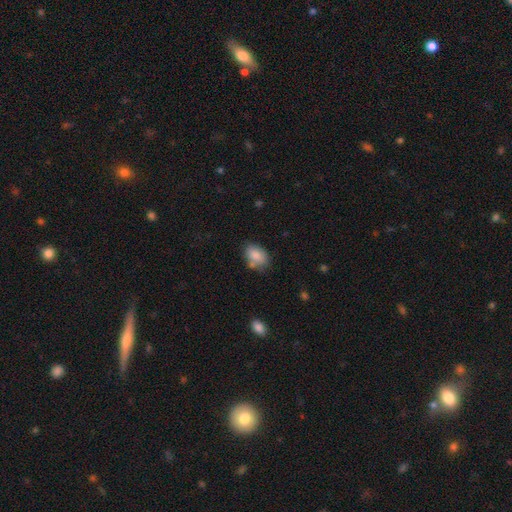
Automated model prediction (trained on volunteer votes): smooth-or-featured: smooth: 85% | star or artifact: 8% | featured or disk: 8%
  how-rounded: in between: 85% | round: 14% | cigar-shaped: 1%
  merging: none: 63% | minor disturbance: 21% | merger: 11% | major disturbance: 5%